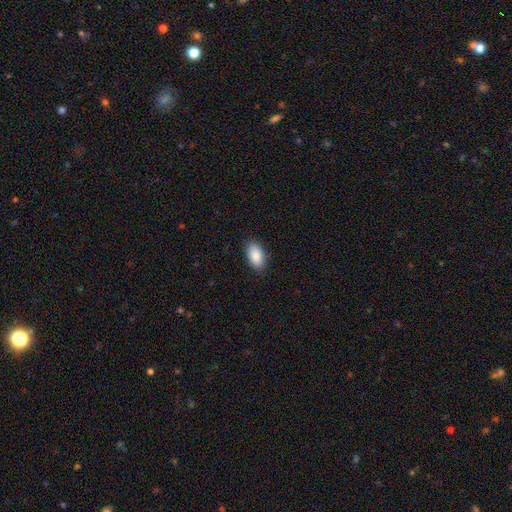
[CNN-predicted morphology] Q: Smooth or featured?
A: smooth (89%); runner-up: star or artifact (7%)
Q: How rounded?
A: in between (95%); runner-up: round (4%)
Q: Merging?
A: none (88%); runner-up: minor disturbance (9%)